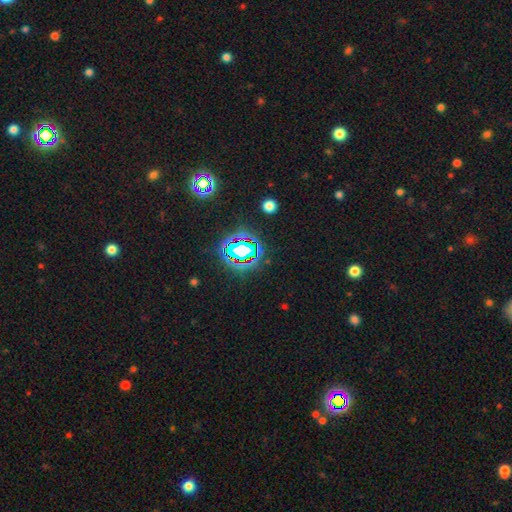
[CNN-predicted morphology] A star or artifact, not a galaxy (81%).

Vote fractions:
- Smooth or featured? star or artifact: 81% / smooth: 12% / featured or disk: 7%